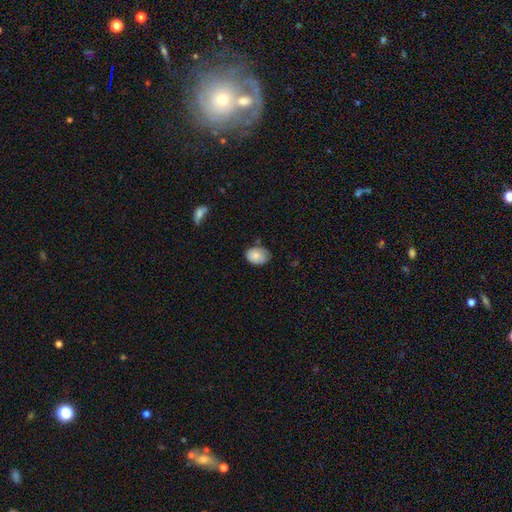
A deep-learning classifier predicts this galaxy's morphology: This is likely a smooth galaxy (79%). How rounded: likely in between (70%). Merging: possibly none (59%).